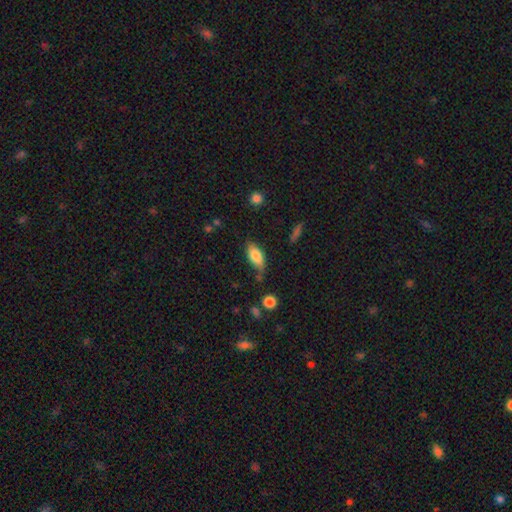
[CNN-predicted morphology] Smooth or featured? Predicted: smooth (p=0.79). How rounded? Predicted: in between (p=0.88). Merging? Predicted: none (p=0.67).